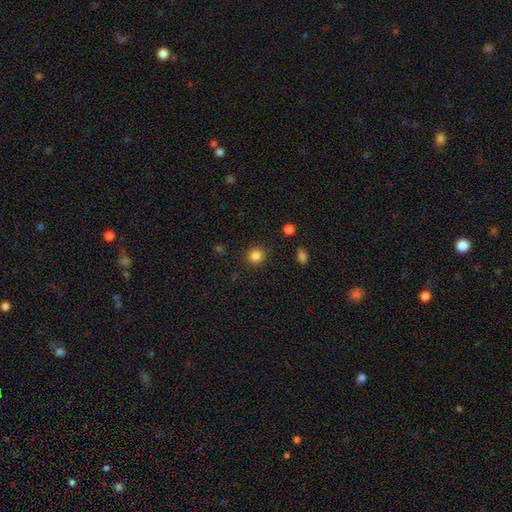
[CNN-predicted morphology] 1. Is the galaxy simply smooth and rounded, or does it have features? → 85% smooth, 11% star or artifact, 4% featured or disk.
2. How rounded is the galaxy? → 84% round, 15% in between, 1% cigar-shaped.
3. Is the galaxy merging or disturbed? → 88% none, 7% minor disturbance, 3% major disturbance, 2% merger.